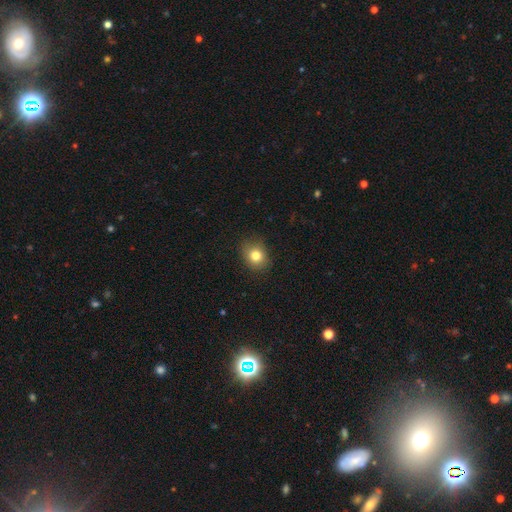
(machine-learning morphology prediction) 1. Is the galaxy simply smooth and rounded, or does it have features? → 81% smooth, 11% star or artifact, 8% featured or disk.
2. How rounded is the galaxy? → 56% round, 43% in between, 1% cigar-shaped.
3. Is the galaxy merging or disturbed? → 85% none, 11% minor disturbance, 3% major disturbance, 1% merger.